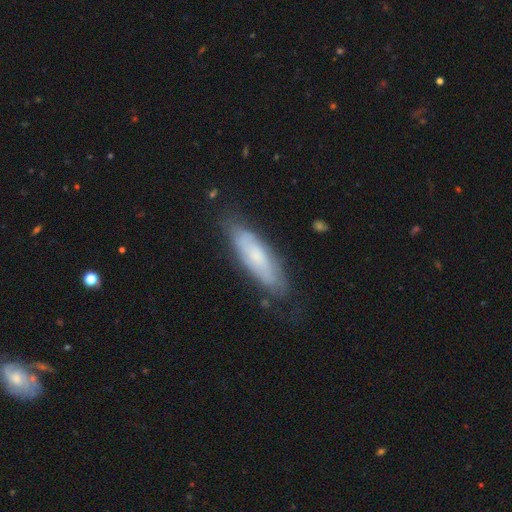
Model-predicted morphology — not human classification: Smooth or featured? smooth (50%)
How rounded? cigar-shaped (55%)
Merging? none (70%)